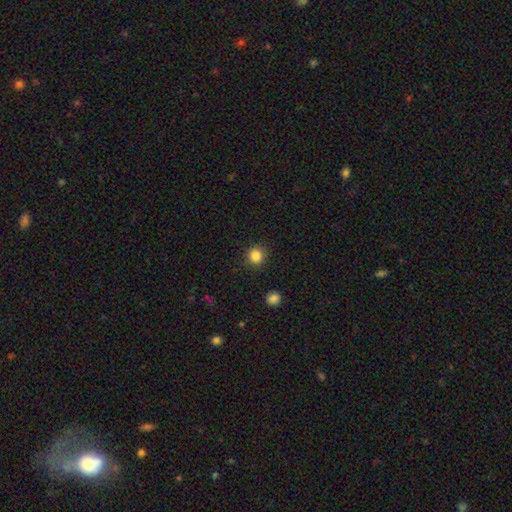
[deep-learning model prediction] Smooth or featured: smooth — 85% (star or artifact — 11%)
How rounded: round — 92% (in between — 7%)
Merging: none — 91% (minor disturbance — 6%)